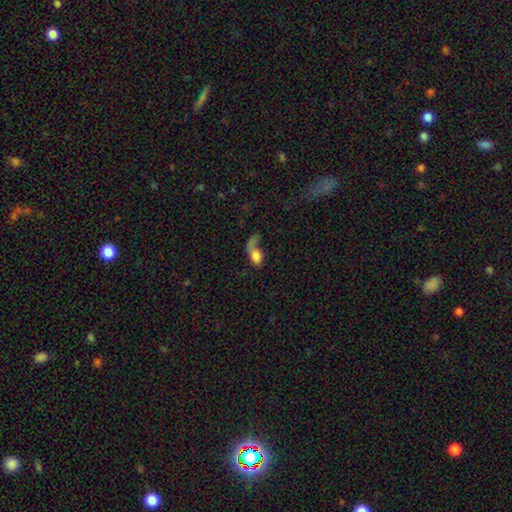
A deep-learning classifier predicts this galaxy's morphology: The model was most divided on "merging": major disturbance: 48%, none: 20%, merger: 19%, minor disturbance: 13%. More confident: how rounded — in between (76%); smooth or featured — smooth (65%).